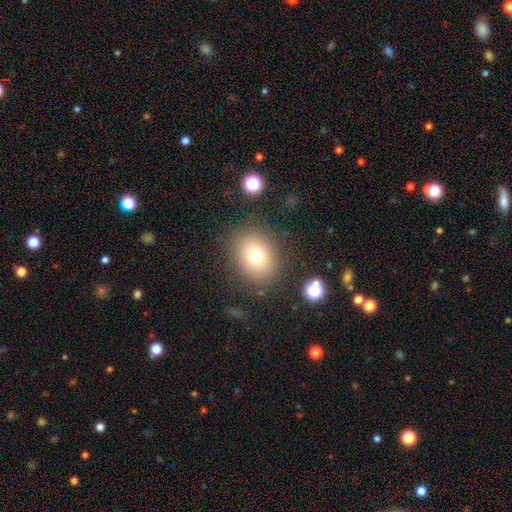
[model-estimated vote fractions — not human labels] The model was most divided on "how rounded": round: 56%, in between: 43%, cigar-shaped: 1%. More confident: merging — none (84%); smooth or featured — smooth (75%).